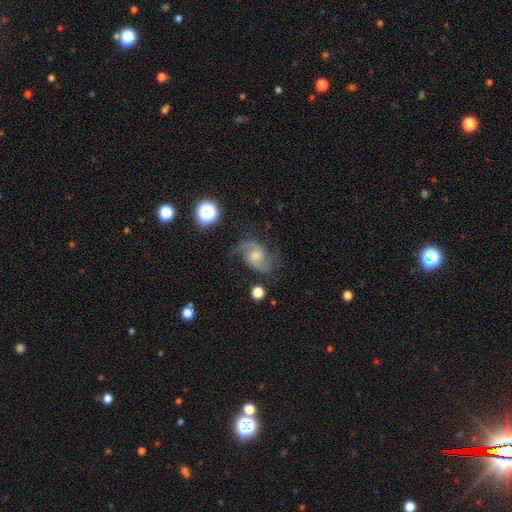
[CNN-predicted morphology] A featured or disk galaxy (76%) with no bar (59%), 2 (87%) medium (47%) spiral arms (94%) and a moderate central bulge (45%).

Vote fractions:
- Smooth or featured? featured or disk: 76% / smooth: 14% / star or artifact: 9%
- Edge-on disk? no: 97% / yes: 3%
- Bar? no: 59% / weak: 35% / strong: 6%
- Spiral arms? yes: 94% / no: 6%
- Spiral winding? medium: 47% / loose: 39% / tight: 15%
- Spiral arm count? 2: 87% / can't tell: 6% / 1: 4% / 3: 2% / 4: 1% / more than 4: 1%
- Bulge size? moderate: 45% / small: 41% / none: 6% / large: 5% / dominant: 1%
- Merging? none: 66% / minor disturbance: 20% / major disturbance: 13% / merger: 2%